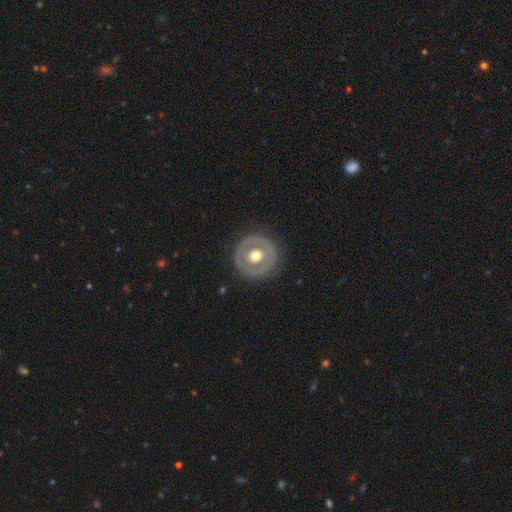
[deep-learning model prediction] Q: Smooth or featured?
A: featured or disk (51%); runner-up: smooth (43%)
Q: Edge-on disk?
A: no (95%); runner-up: yes (5%)
Q: Merging?
A: none (86%); runner-up: minor disturbance (9%)